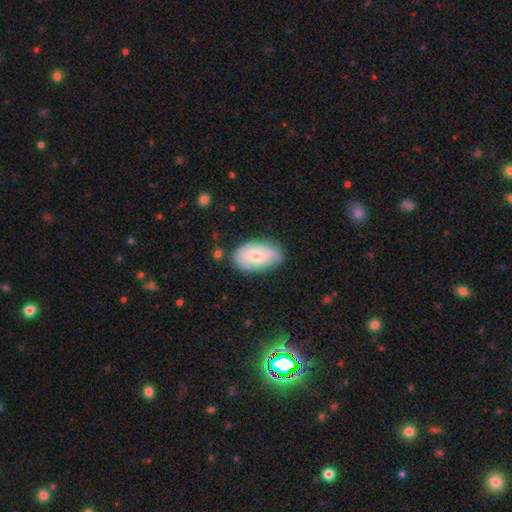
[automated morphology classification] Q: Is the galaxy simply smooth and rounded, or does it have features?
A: smooth — 63%.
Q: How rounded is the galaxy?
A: in between — 90%.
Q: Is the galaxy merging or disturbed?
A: none — 56%.